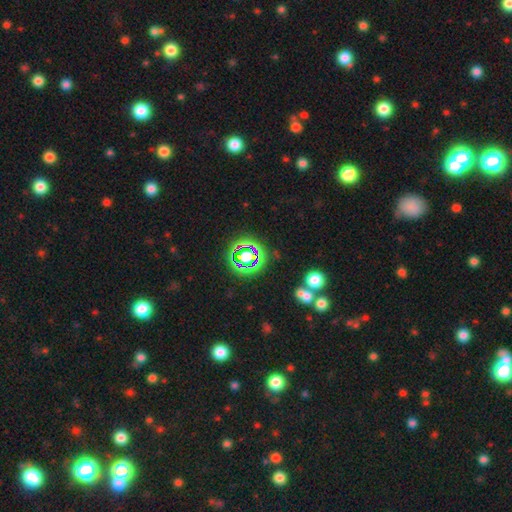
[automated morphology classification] Smooth or featured? Predicted: star or artifact (p=0.63).